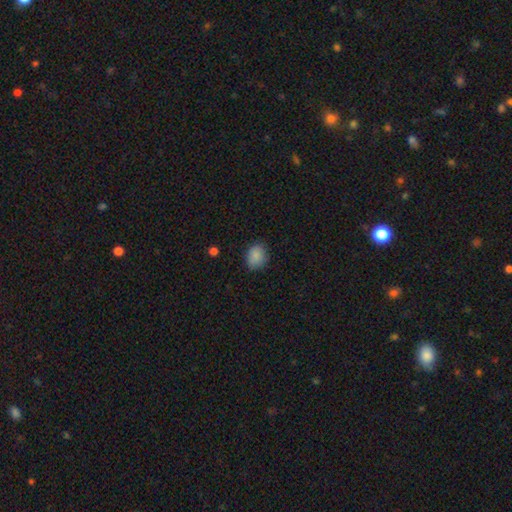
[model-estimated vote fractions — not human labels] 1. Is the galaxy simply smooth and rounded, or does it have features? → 87% smooth, 9% star or artifact, 4% featured or disk.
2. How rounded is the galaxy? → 55% round, 44% in between, 1% cigar-shaped.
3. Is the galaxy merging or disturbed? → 79% none, 16% minor disturbance, 3% major disturbance, 1% merger.